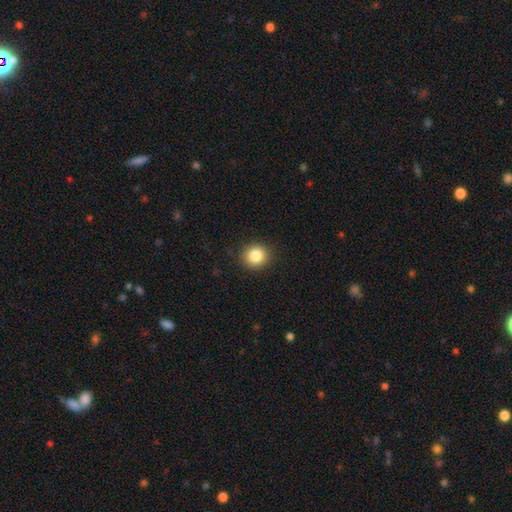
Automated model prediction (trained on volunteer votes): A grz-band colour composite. It shows a smooth galaxy with no disk features (85%) that is round (86%). Merging: none (90%).